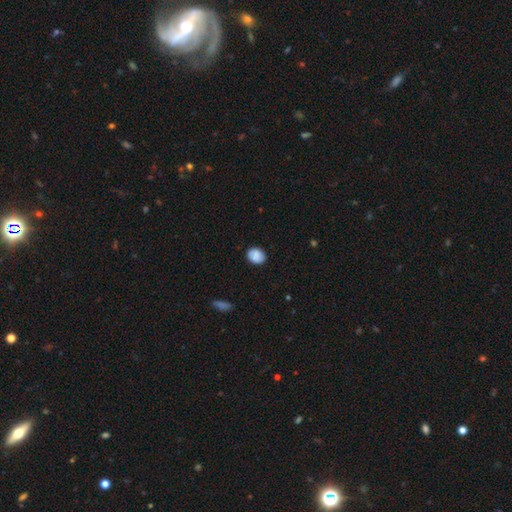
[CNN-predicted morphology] Overall: smooth (86%). How rounded: round (54%; in between 45%). Merging: none (85%).